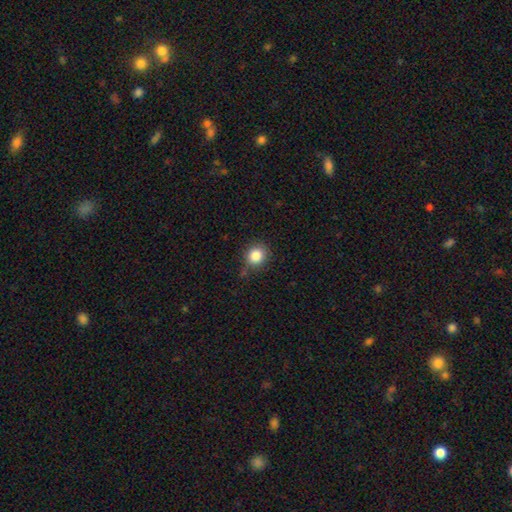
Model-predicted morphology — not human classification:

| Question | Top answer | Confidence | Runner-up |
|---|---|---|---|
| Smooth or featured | smooth | 85% | star or artifact (10%) |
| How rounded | round | 82% | in between (17%) |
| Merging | none | 80% | minor disturbance (14%) |